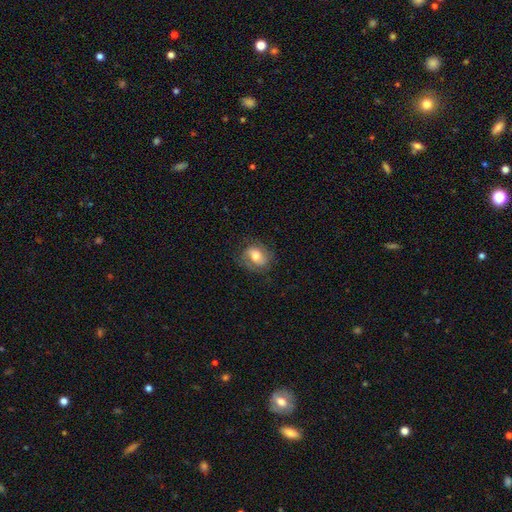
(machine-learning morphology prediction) smooth 50%, featured or disk 41%, star or artifact 9%. Down the decision tree: how rounded — in between (57%); merging — none (68%).